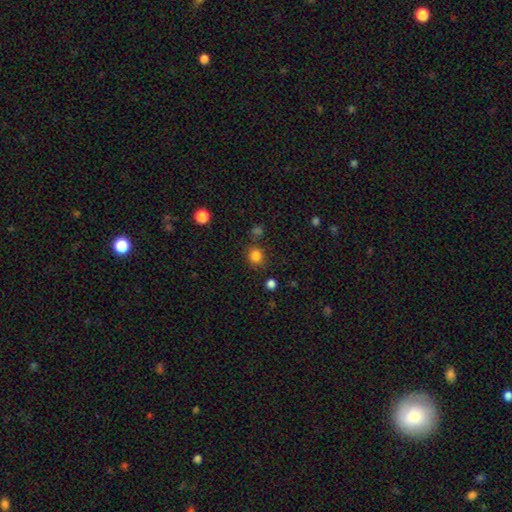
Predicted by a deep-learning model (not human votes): This is clearly a smooth galaxy (82%). How rounded: clearly round (85%). Merging: likely none (79%).